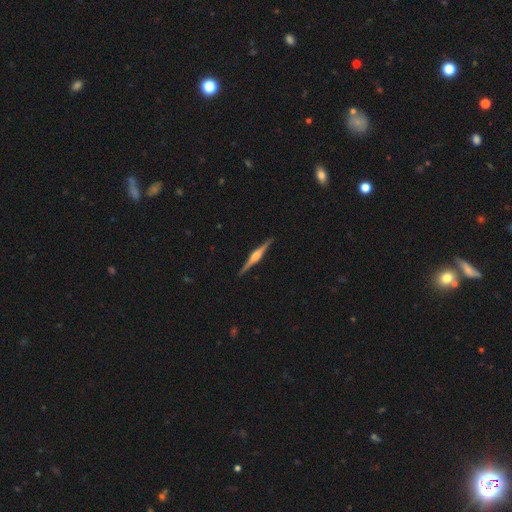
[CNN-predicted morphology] Smooth or featured?
  - featured or disk: 85% *
  - smooth: 11%
  - star or artifact: 5%
Edge-on disk?
  - yes: 99% *
  - no: 1%
Edge-on bulge?
  - rounded: 80% *
  - boxy: 16%
  - none: 4%
Merging?
  - none: 92% *
  - minor disturbance: 6%
  - major disturbance: 1%
  - merger: 1%